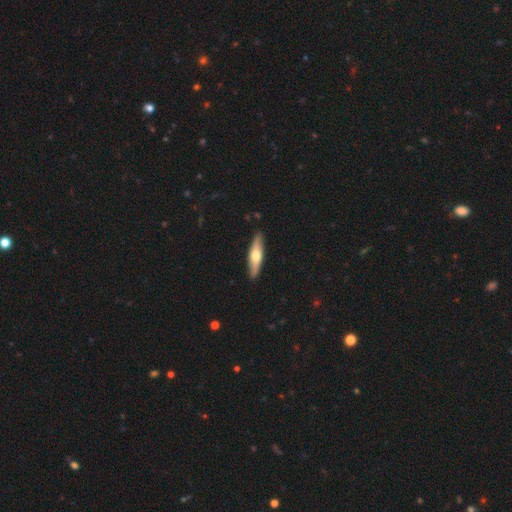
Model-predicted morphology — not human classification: Smooth or featured?
  - smooth: 49% *
  - featured or disk: 46%
  - star or artifact: 5%
Merging?
  - none: 89% *
  - minor disturbance: 8%
  - major disturbance: 1%
  - merger: 1%